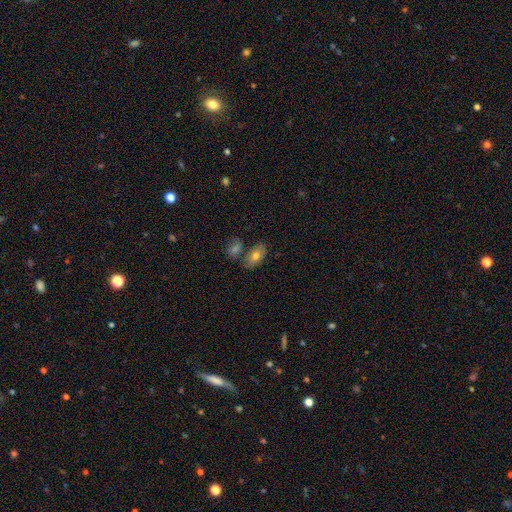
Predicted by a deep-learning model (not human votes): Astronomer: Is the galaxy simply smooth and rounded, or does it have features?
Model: smooth — 74%.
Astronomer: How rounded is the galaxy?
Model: in between — 89%.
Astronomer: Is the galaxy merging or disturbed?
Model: none — 64%.